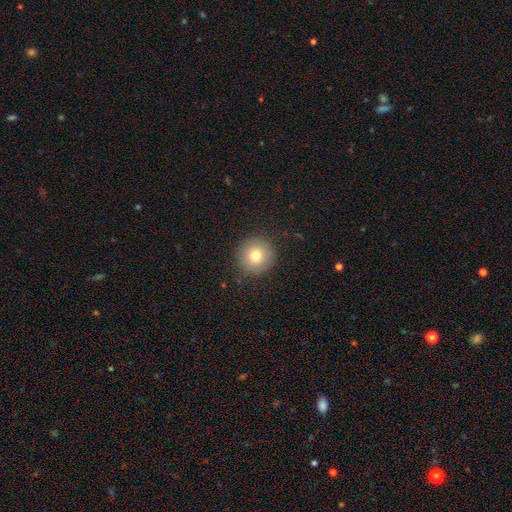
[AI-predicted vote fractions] Smooth or featured: smooth — 76% (star or artifact — 12%)
How rounded: round — 95% (in between — 4%)
Merging: none — 90% (minor disturbance — 7%)